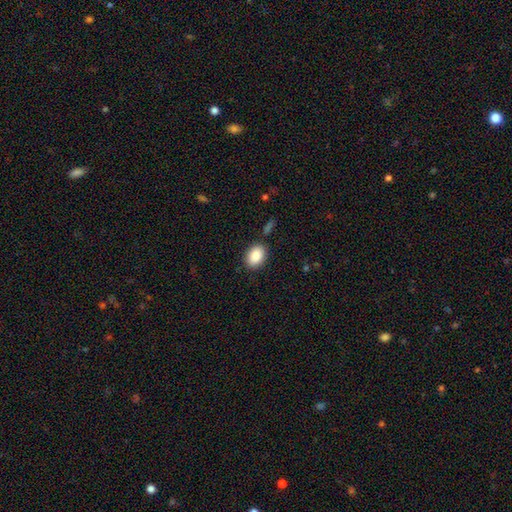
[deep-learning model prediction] Morphology: type=smooth (88%); roundness=in between (80%); merging=none (85%).